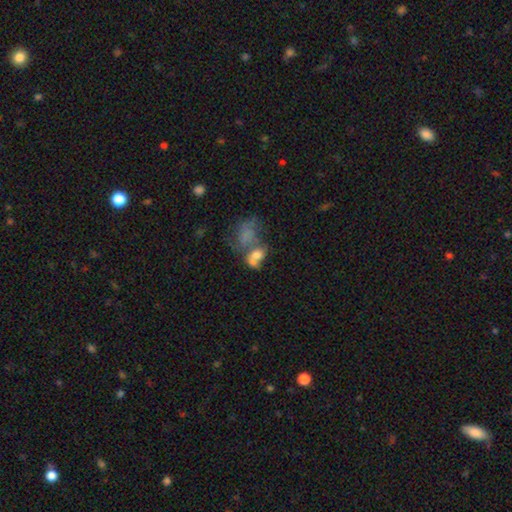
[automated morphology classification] Smooth or featured: smooth — 59% (featured or disk — 28%)
How rounded: in between — 67% (round — 31%)
Merging: merger — 57% (major disturbance — 17%)